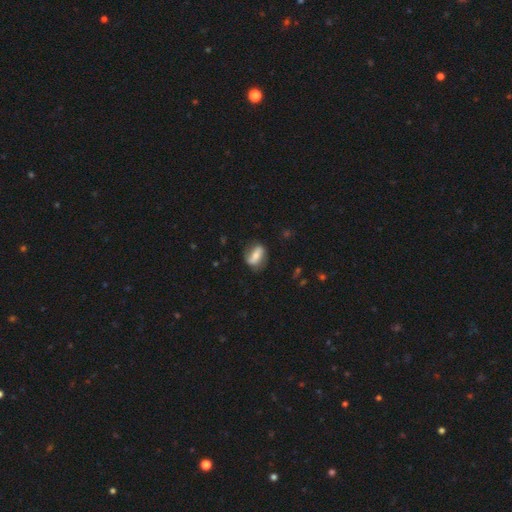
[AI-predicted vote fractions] smooth_or_featured: featured or disk (p=0.51) [alt: smooth p=0.41]
disk_edge_on: no (p=0.89) [alt: yes p=0.11]
merging: none (p=0.70) [alt: minor disturbance p=0.20]